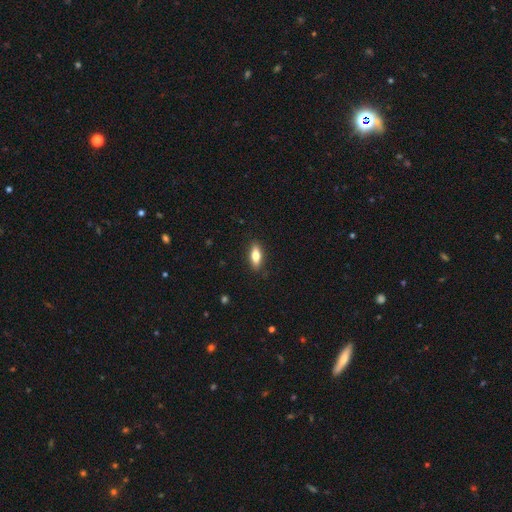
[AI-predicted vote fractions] smooth_or_featured: smooth (p=0.70) [alt: featured or disk p=0.23]
how_rounded: in between (p=0.66) [alt: cigar-shaped p=0.31]
merging: none (p=0.87) [alt: minor disturbance p=0.10]